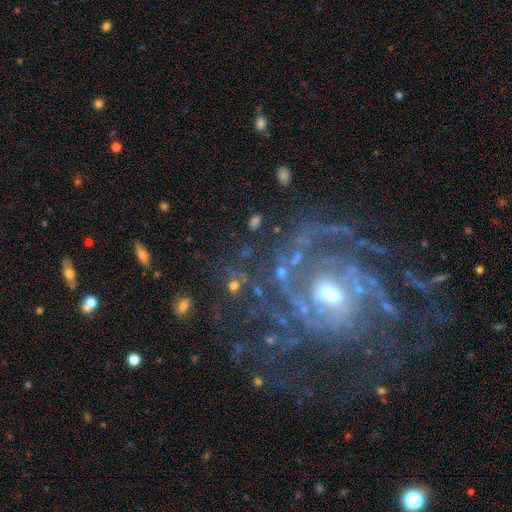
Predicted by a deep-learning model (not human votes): This appears to be a featured or disk galaxy (88%) with no bar (49%), tight (61%) spiral arms (96%) and a moderate central bulge (59%). Merging: none (65%).